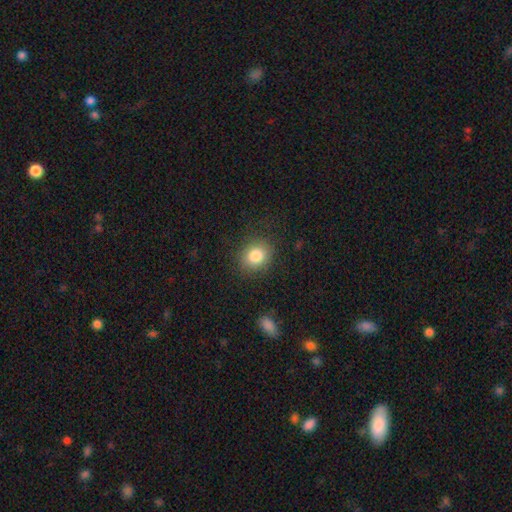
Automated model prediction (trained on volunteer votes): A smooth galaxy with no disk features (84%) that is round (70%).

Vote fractions:
- Smooth or featured? smooth: 84% / star or artifact: 10% / featured or disk: 7%
- How rounded? round: 70% / in between: 29% / cigar-shaped: 1%
- Merging? none: 84% / minor disturbance: 11% / major disturbance: 4% / merger: 1%